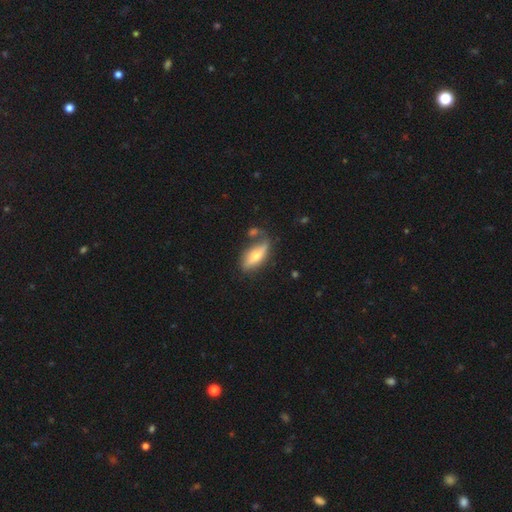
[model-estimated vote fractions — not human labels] A smooth galaxy with no disk features (51%) that is in between round and cigar-shaped (64%).

Vote fractions:
- Smooth or featured? smooth: 51% / featured or disk: 42% / star or artifact: 7%
- How rounded? in between: 64% / cigar-shaped: 33% / round: 3%
- Merging? none: 60% / minor disturbance: 21% / merger: 12% / major disturbance: 7%